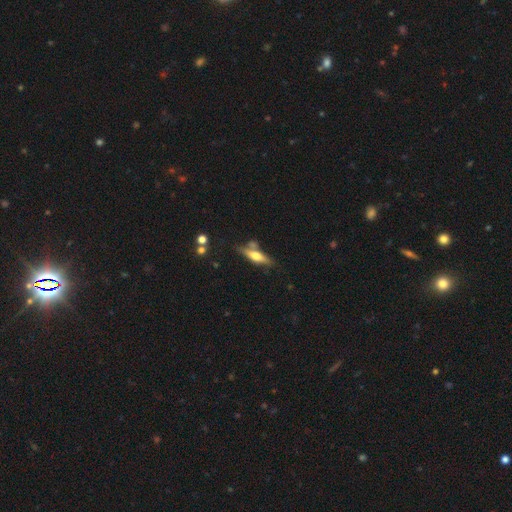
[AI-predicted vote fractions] Morphology: type=featured or disk (55%); edge-on=yes (90%); merging=none (62%).